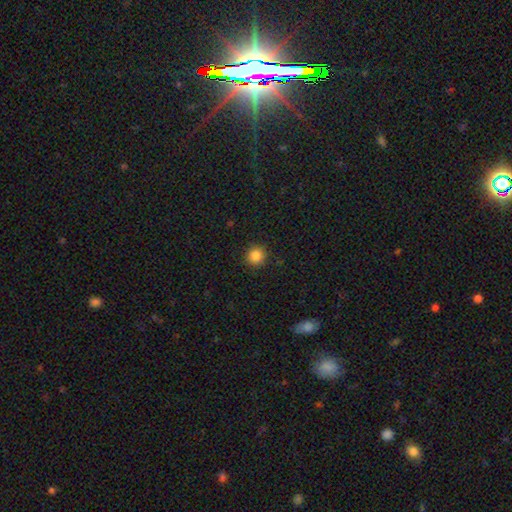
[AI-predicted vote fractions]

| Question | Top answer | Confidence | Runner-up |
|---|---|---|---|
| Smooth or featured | smooth | 85% | star or artifact (11%) |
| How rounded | round | 94% | in between (5%) |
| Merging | none | 91% | minor disturbance (6%) |